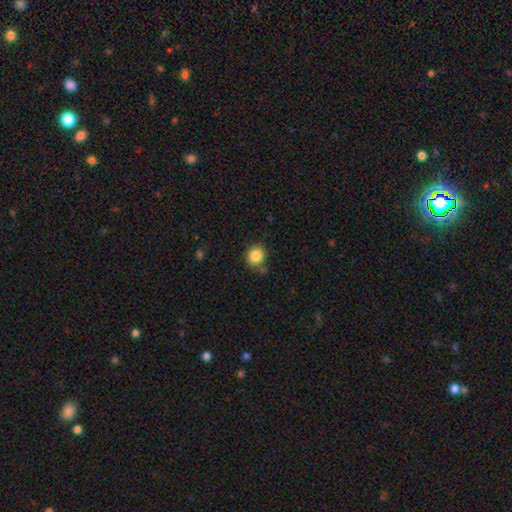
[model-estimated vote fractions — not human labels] Smooth or featured: smooth — 85% (star or artifact — 10%)
How rounded: round — 85% (in between — 14%)
Merging: none — 76% (minor disturbance — 14%)